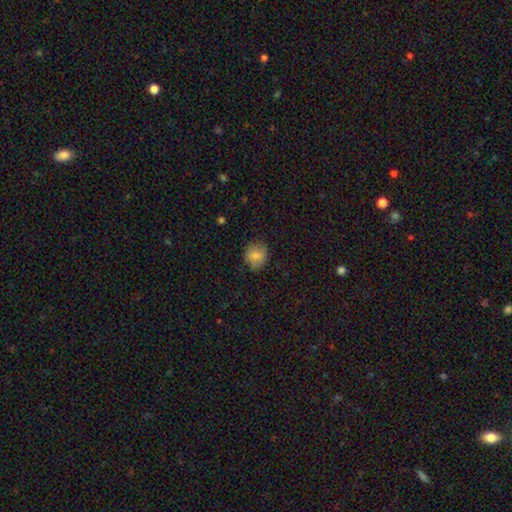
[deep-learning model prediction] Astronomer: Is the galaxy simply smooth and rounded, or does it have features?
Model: smooth — 81%.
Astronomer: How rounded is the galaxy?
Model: round — 69%.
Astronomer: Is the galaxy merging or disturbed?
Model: none — 81%.